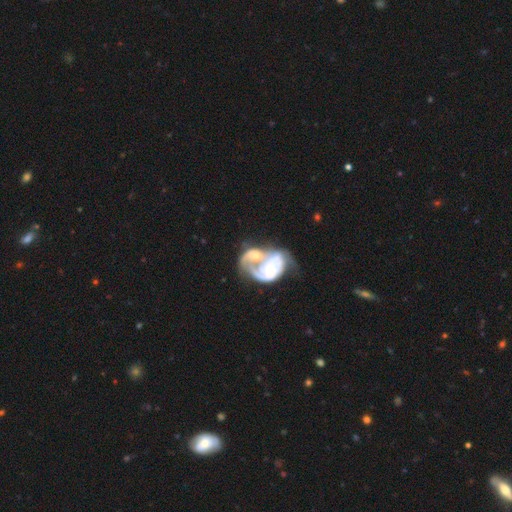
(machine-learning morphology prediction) This is likely a featured or disk galaxy (75%). It is clearly not viewed edge-on (98%). Bar: likely no (76%). Spiral arm pattern: likely yes (66%). Central bulge: marginally moderate (41%). Merging: likely merger (64%).